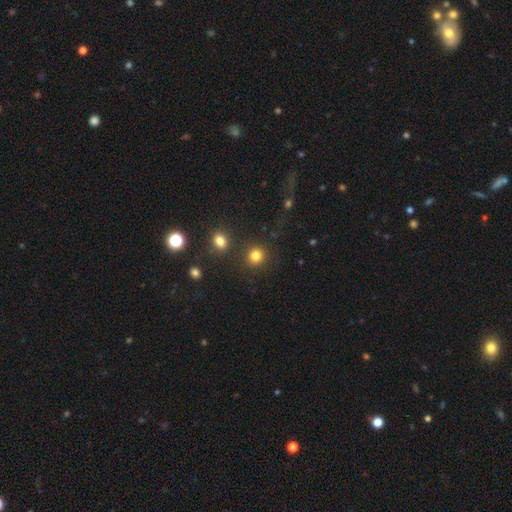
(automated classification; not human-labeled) This appears to be a smooth galaxy with no disk features (82%) that is round (89%). Merging: none (85%).